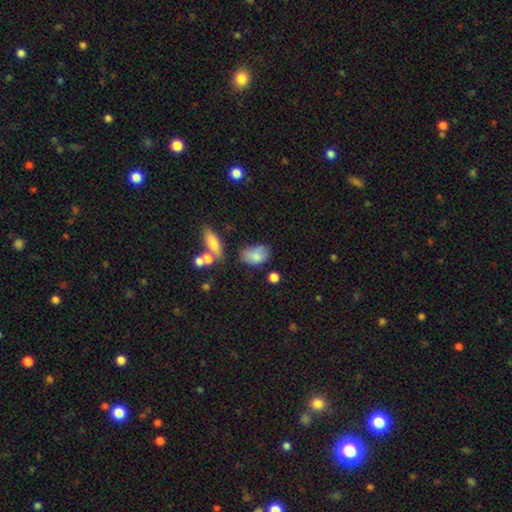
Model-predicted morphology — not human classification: Q: Smooth or featured?
A: smooth (79%); runner-up: featured or disk (12%)
Q: How rounded?
A: in between (86%); runner-up: round (12%)
Q: Merging?
A: none (43%); runner-up: minor disturbance (31%)